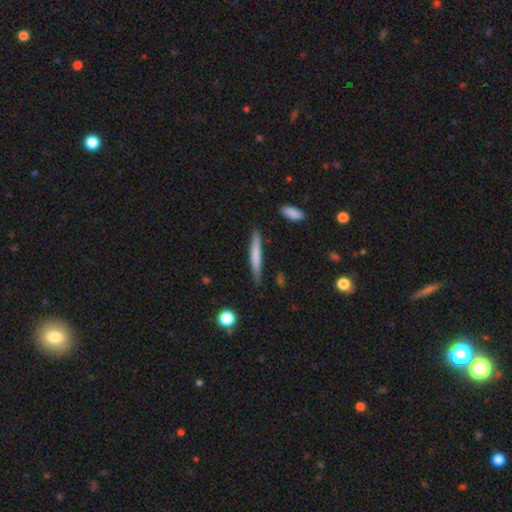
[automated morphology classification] Smooth or featured? Predicted: smooth (p=0.70). How rounded? Predicted: cigar-shaped (p=0.94). Merging? Predicted: none (p=0.83).